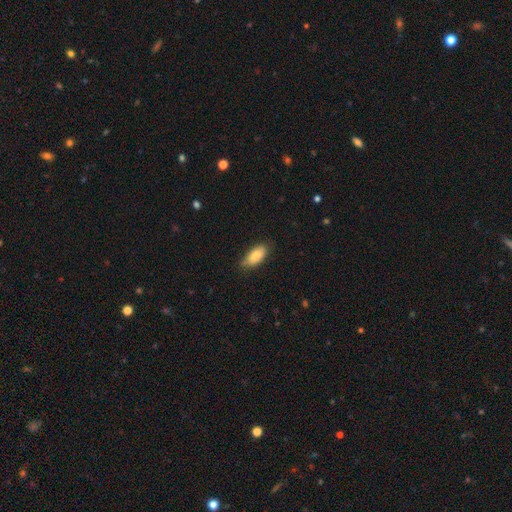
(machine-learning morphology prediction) Smooth or featured: smooth — 83% (featured or disk — 11%)
How rounded: in between — 89% (cigar-shaped — 9%)
Merging: none — 76% (minor disturbance — 20%)